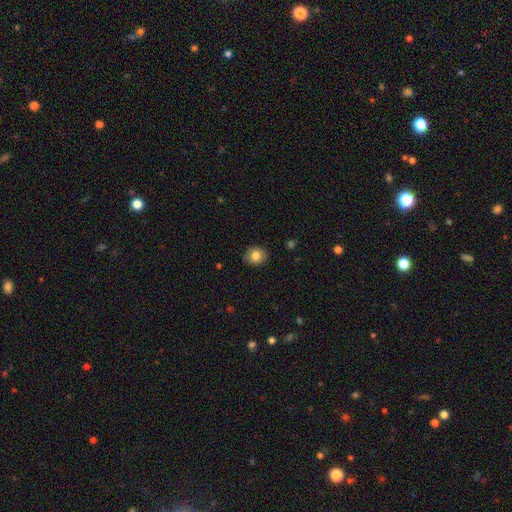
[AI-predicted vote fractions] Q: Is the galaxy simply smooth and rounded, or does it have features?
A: smooth — 83%.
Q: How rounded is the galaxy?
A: round — 77%.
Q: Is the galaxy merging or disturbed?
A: none — 90%.